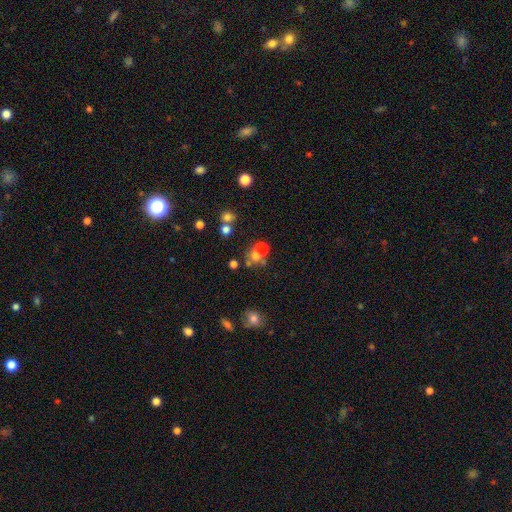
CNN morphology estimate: Smooth or featured?
  - smooth: 61% *
  - star or artifact: 21%
  - featured or disk: 18%
How rounded?
  - round: 79% *
  - in between: 20%
  - cigar-shaped: 1%
Merging?
  - merger: 45% *
  - none: 42%
  - minor disturbance: 8%
  - major disturbance: 5%